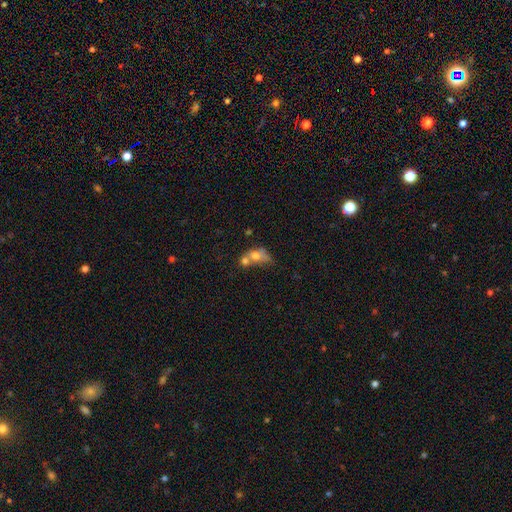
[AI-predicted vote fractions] smooth-or-featured: smooth: 63% | featured or disk: 26% | star or artifact: 11%
  how-rounded: in between: 58% | round: 38% | cigar-shaped: 3%
  merging: merger: 63% | none: 17% | minor disturbance: 10% | major disturbance: 9%